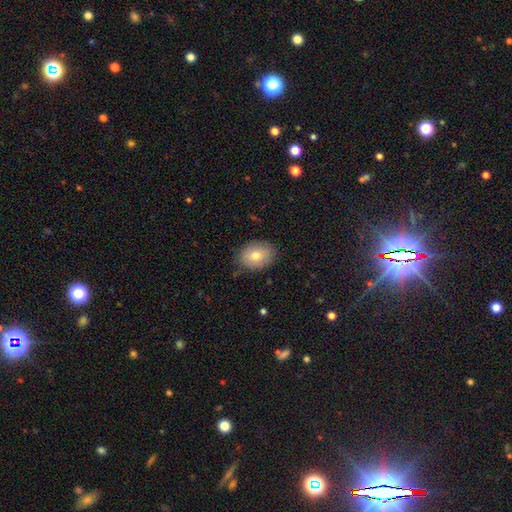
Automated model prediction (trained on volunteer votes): Smooth or featured? smooth (76%)
How rounded? in between (70%)
Merging? none (82%)